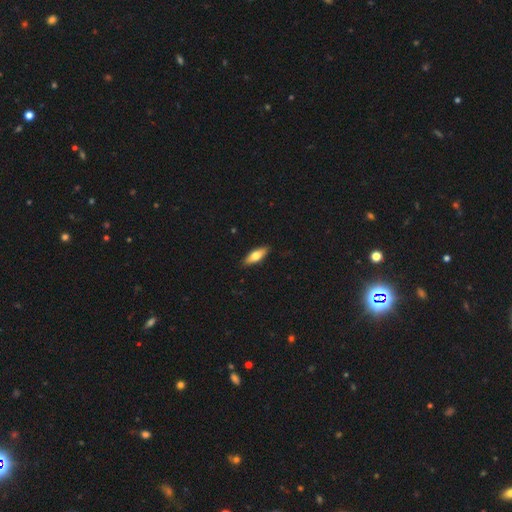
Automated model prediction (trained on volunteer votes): The model was most divided on "how rounded": in between: 60%, cigar-shaped: 38%, round: 3%. More confident: merging — none (89%); smooth or featured — smooth (62%).